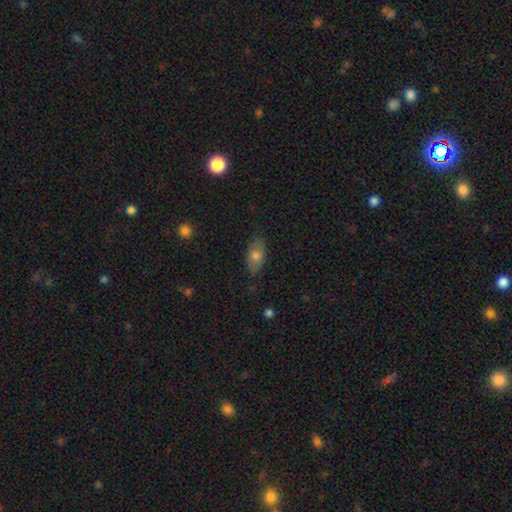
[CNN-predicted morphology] Smooth or featured? smooth (72%)
How rounded? in between (88%)
Merging? none (80%)